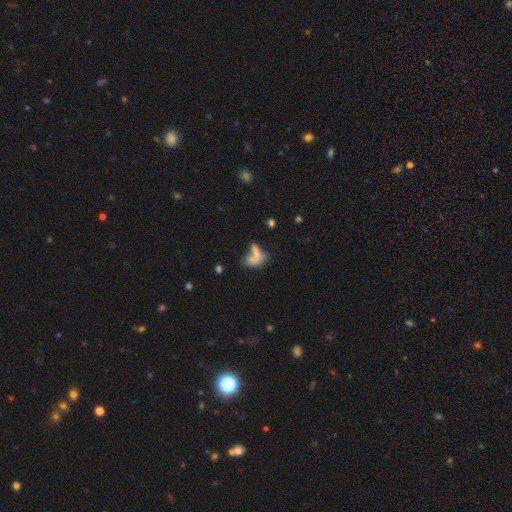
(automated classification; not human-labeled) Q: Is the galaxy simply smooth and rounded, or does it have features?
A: smooth — 70%.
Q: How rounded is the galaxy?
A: in between — 72%.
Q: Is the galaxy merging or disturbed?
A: merger — 40%.